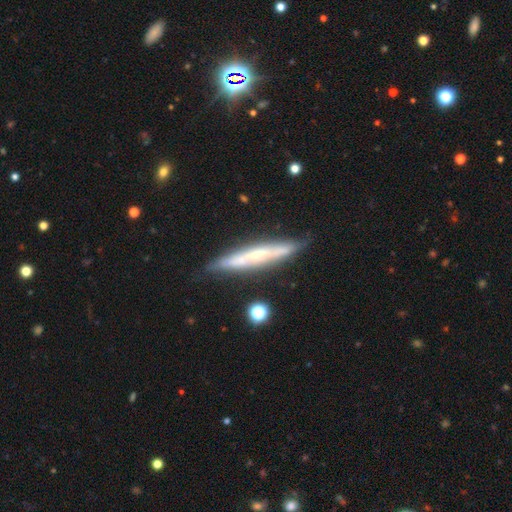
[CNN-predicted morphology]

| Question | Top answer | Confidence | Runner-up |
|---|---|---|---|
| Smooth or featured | featured or disk | 62% | smooth (31%) |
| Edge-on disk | yes | 89% | no (11%) |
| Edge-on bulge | none | 54% | rounded (37%) |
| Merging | none | 81% | minor disturbance (14%) |